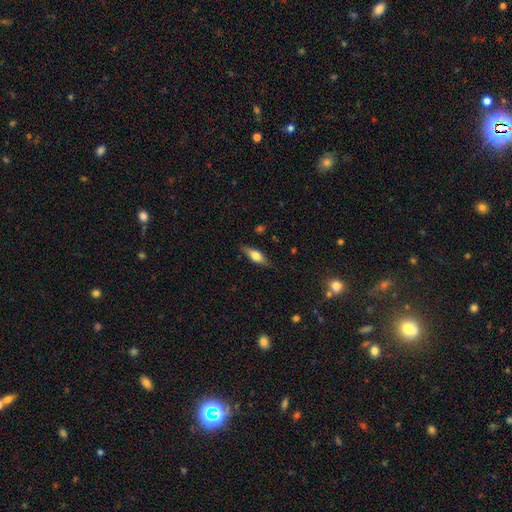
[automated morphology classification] Smooth or featured? smooth (59%)
How rounded? in between (59%)
Merging? none (81%)